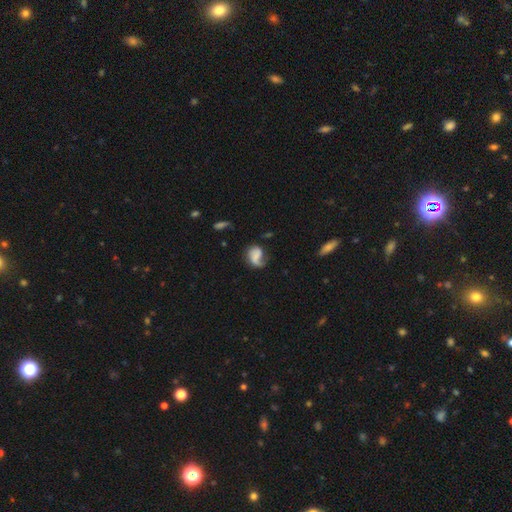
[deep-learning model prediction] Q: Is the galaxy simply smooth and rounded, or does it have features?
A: featured or disk — 50%.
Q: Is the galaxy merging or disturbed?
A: none — 43%.